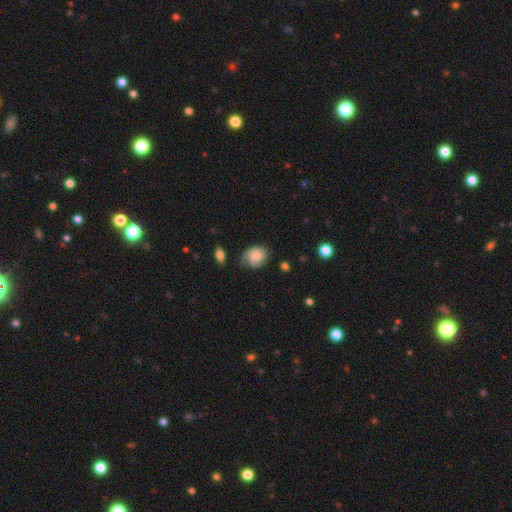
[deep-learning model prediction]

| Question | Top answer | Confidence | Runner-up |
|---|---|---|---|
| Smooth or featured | featured or disk | 53% | smooth (39%) |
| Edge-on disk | no | 97% | yes (3%) |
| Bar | no | 75% | weak (22%) |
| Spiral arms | yes | 89% | no (11%) |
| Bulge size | moderate | 44% | small (39%) |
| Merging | none | 54% | minor disturbance (28%) |